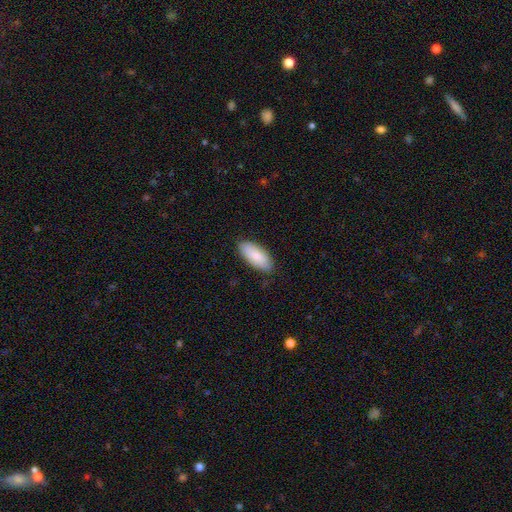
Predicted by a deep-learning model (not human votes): This is clearly a smooth galaxy (87%). How rounded: clearly in between (87%). Merging: clearly none (85%).